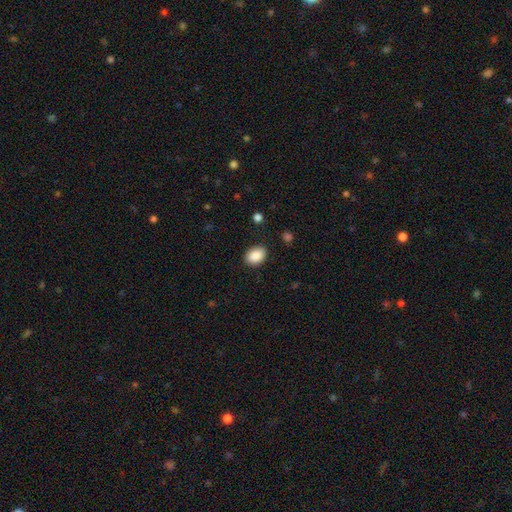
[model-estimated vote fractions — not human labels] Smooth or featured?
  - smooth: 89% *
  - star or artifact: 8%
  - featured or disk: 4%
How rounded?
  - in between: 73% *
  - round: 26%
  - cigar-shaped: 1%
Merging?
  - none: 88% *
  - minor disturbance: 9%
  - major disturbance: 2%
  - merger: 1%